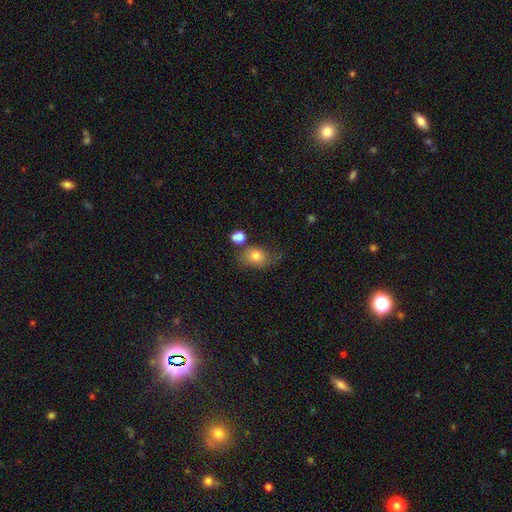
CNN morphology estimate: type=smooth (76%); roundness=in between (59%); merging=none (49%).